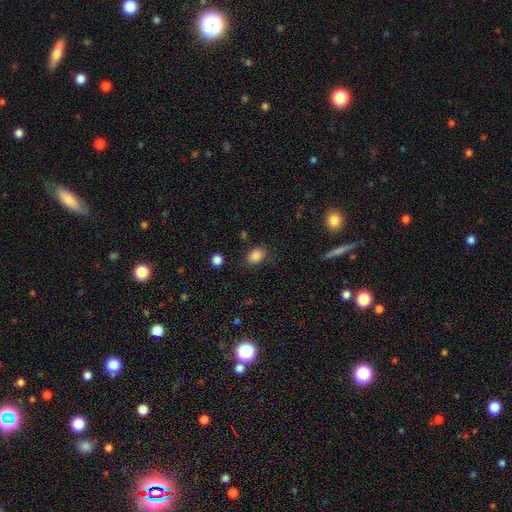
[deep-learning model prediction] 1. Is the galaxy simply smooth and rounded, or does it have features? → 86% smooth, 10% star or artifact, 4% featured or disk.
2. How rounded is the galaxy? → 76% in between, 23% round, 1% cigar-shaped.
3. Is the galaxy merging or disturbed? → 79% none, 15% minor disturbance, 5% major disturbance, 2% merger.